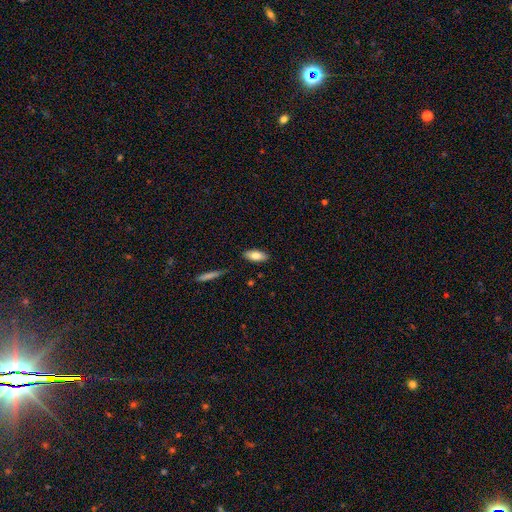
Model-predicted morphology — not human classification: smooth_or_featured: smooth (p=0.76) [alt: featured or disk p=0.18]
how_rounded: in between (p=0.85) [alt: cigar-shaped p=0.13]
merging: none (p=0.86) [alt: minor disturbance p=0.10]